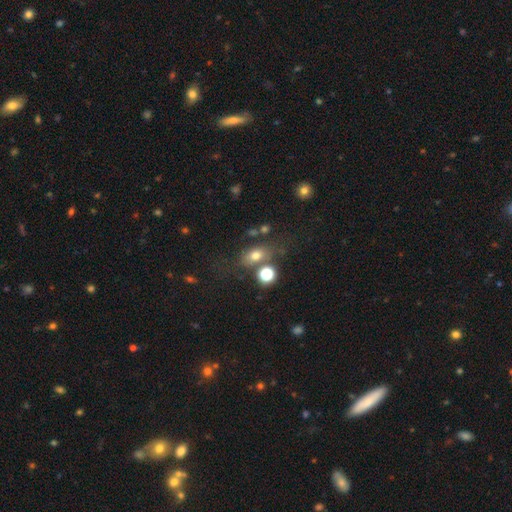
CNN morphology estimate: A smooth galaxy with no disk features (70%) that is in between round and cigar-shaped (70%). Merging: none (60%).